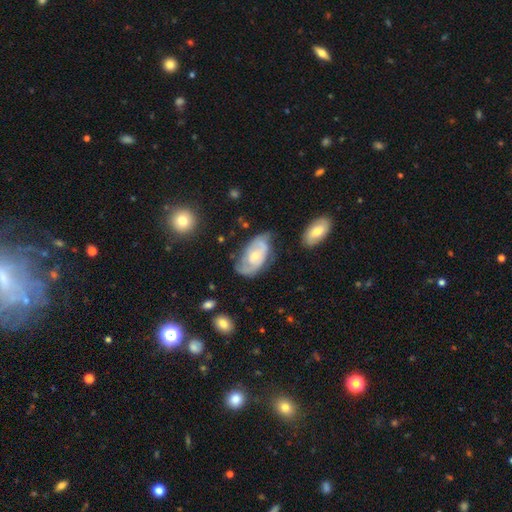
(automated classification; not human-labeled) featured or disk 66%, smooth 28%, star or artifact 6%. Down the decision tree: edge-on disk — no (94%); bar — no (75%); spiral arms — yes (75%); bulge size — moderate (48%); merging — none (52%).